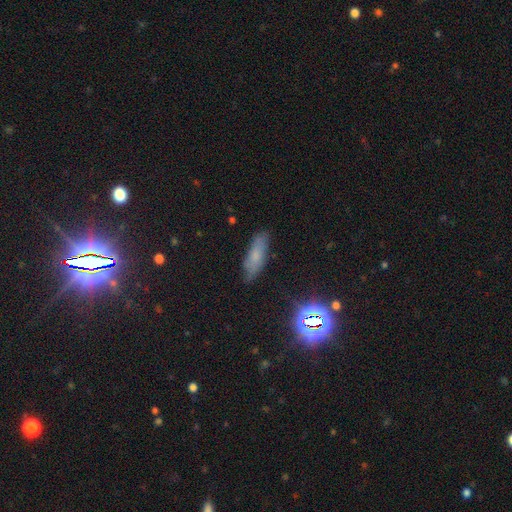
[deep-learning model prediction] Smooth or featured? smooth (63%)
How rounded? in between (51%)
Merging? none (78%)